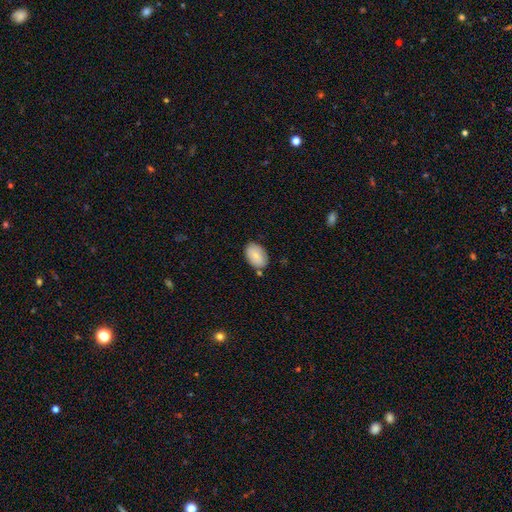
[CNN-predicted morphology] The model was most divided on "merging": none: 76%, minor disturbance: 16%, merger: 5%, major disturbance: 3%. More confident: how rounded — in between (89%); smooth or featured — smooth (77%).